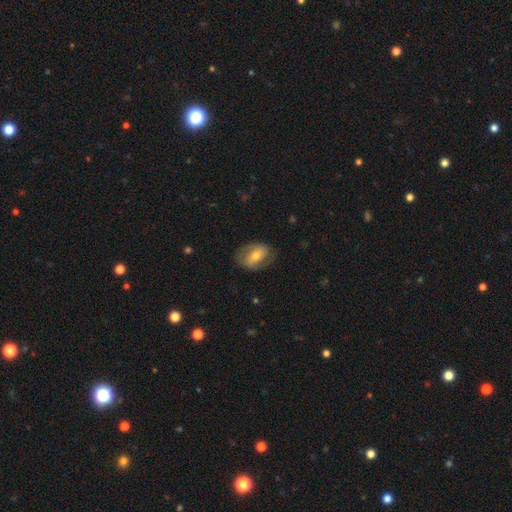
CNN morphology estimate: Smooth or featured?
  - featured or disk: 50% *
  - smooth: 43%
  - star or artifact: 7%
Edge-on disk?
  - no: 93% *
  - yes: 7%
Merging?
  - none: 72% *
  - minor disturbance: 18%
  - major disturbance: 8%
  - merger: 1%